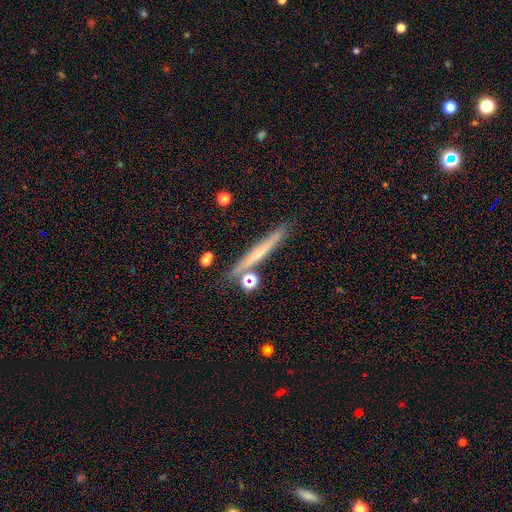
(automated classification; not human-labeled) This appears to be a featured or disk galaxy (45%). Merging: none (81%).